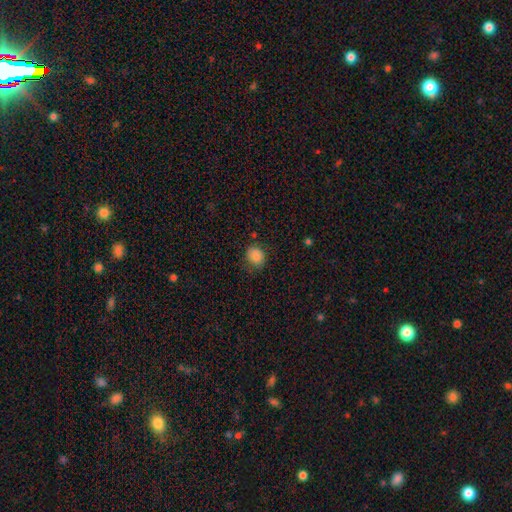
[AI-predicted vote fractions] Smooth or featured?
  - smooth: 86% *
  - star or artifact: 10%
  - featured or disk: 5%
How rounded?
  - round: 68% *
  - in between: 31%
  - cigar-shaped: 1%
Merging?
  - none: 77% *
  - minor disturbance: 16%
  - major disturbance: 4%
  - merger: 2%